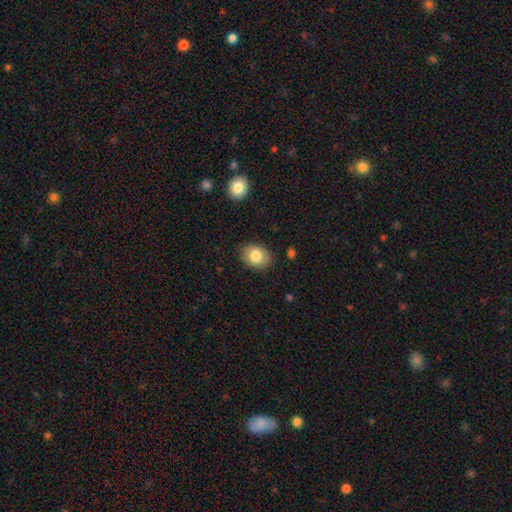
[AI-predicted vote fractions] A smooth galaxy with no disk features (82%) that is in between round and cigar-shaped (66%).

Vote fractions:
- Smooth or featured? smooth: 82% / featured or disk: 10% / star or artifact: 8%
- How rounded? in between: 66% / round: 33% / cigar-shaped: 1%
- Merging? none: 85% / minor disturbance: 11% / major disturbance: 3% / merger: 1%